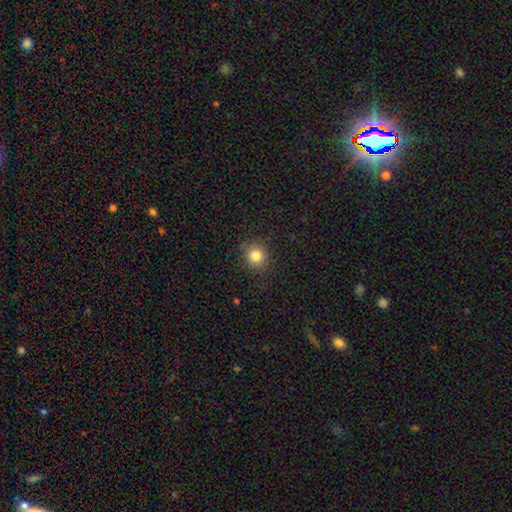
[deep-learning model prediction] Overall: smooth (83%). How rounded: round (87%). Merging: none (87%).